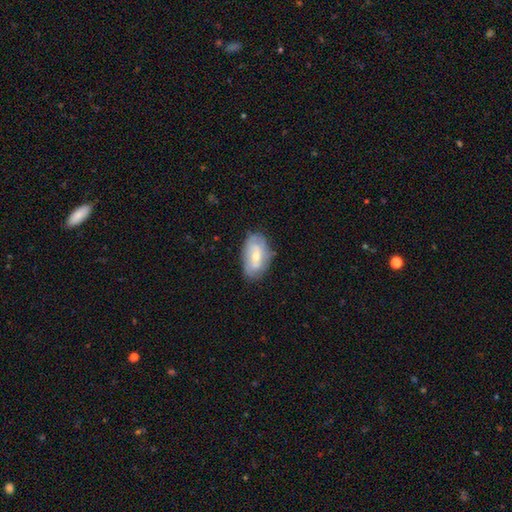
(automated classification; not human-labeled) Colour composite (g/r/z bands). It shows a featured or disk galaxy (53%). Merging: none (69%).